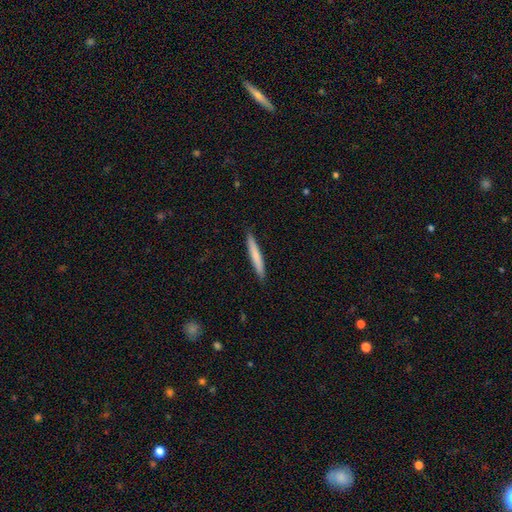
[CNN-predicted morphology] Smooth or featured: smooth — 70% (featured or disk — 25%)
How rounded: cigar-shaped — 95% (in between — 4%)
Merging: none — 90% (minor disturbance — 8%)